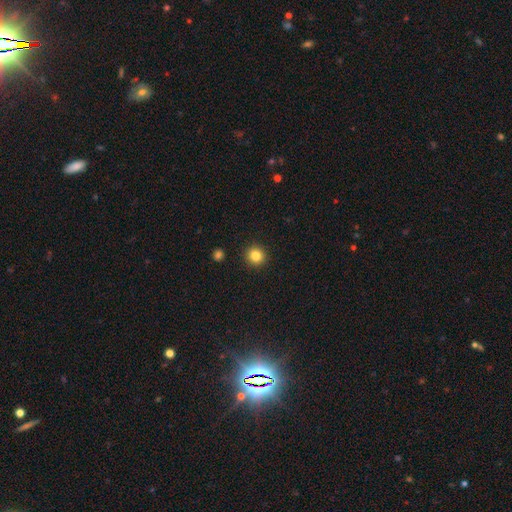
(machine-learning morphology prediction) This is clearly a smooth galaxy (83%). How rounded: clearly round (93%). Merging: clearly none (92%).